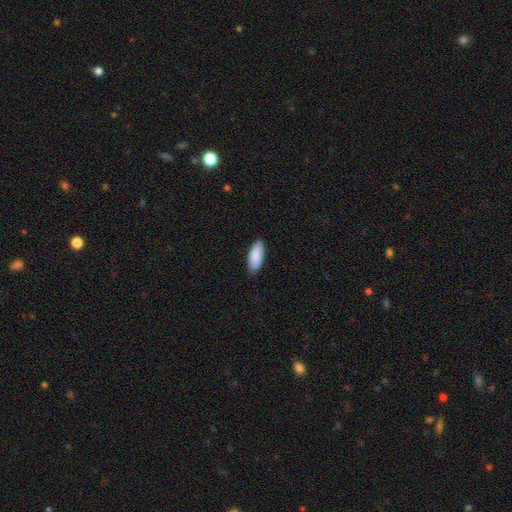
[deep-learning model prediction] smooth 90%, star or artifact 5%, featured or disk 5%. Down the decision tree: how rounded — in between (78%); merging — none (88%).